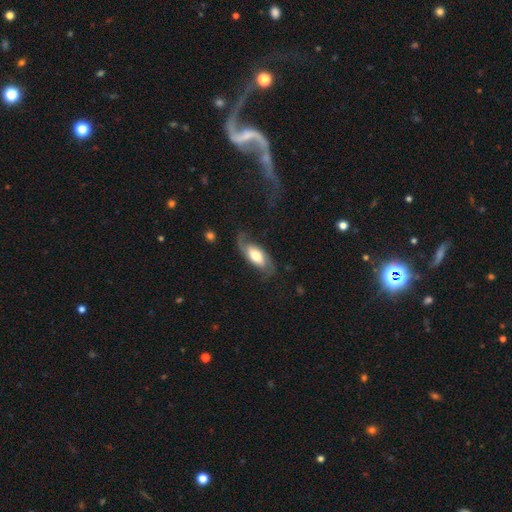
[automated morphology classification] Smooth or featured: featured or disk — 58% (smooth — 36%)
Edge-on disk: no — 87% (yes — 13%)
Bar: no — 56% (weak — 30%)
Spiral arms: yes — 85% (no — 15%)
Bulge size: moderate — 52% (large — 34%)
Merging: none — 62% (minor disturbance — 22%)